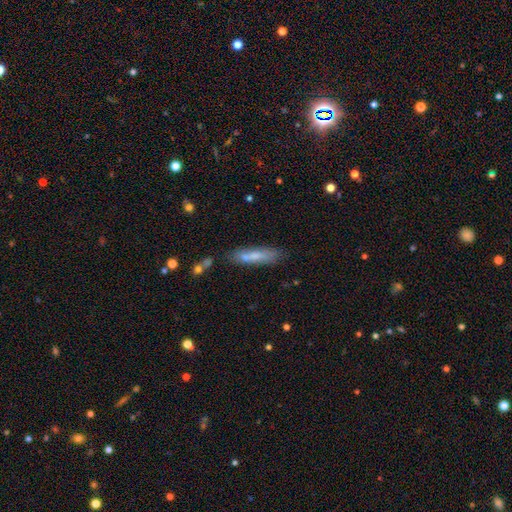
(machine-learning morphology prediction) This is likely a smooth galaxy (62%). How rounded: clearly cigar-shaped (84%). Merging: likely none (72%).